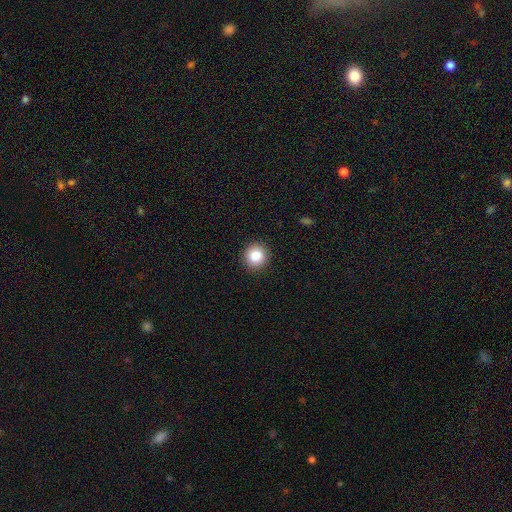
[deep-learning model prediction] smooth-or-featured: smooth: 85% | star or artifact: 9% | featured or disk: 5%
  how-rounded: round: 92% | in between: 7% | cigar-shaped: 1%
  merging: none: 91% | minor disturbance: 6% | major disturbance: 2% | merger: 1%